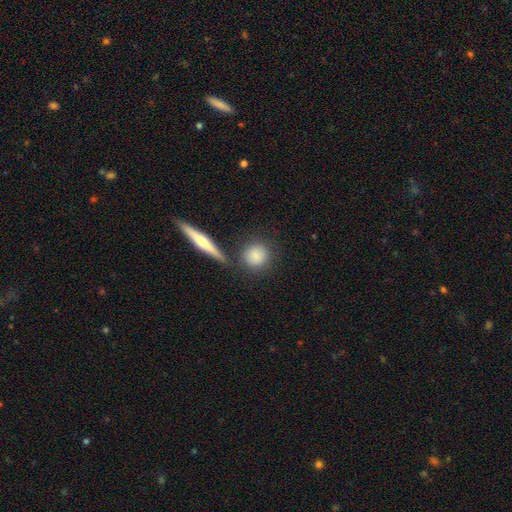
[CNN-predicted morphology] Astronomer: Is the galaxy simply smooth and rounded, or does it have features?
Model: smooth — 83%.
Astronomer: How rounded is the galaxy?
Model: round — 82%.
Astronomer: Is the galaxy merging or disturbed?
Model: none — 77%.